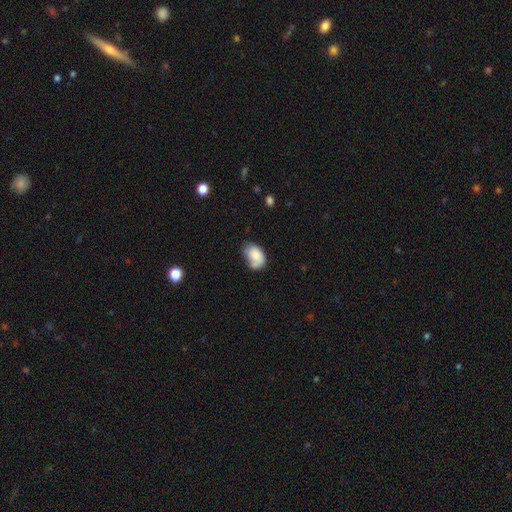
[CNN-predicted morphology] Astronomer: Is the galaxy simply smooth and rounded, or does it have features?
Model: smooth — 78%.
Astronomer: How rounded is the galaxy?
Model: in between — 86%.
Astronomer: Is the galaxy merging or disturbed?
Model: none — 40% (runner-up: minor disturbance, 31%).